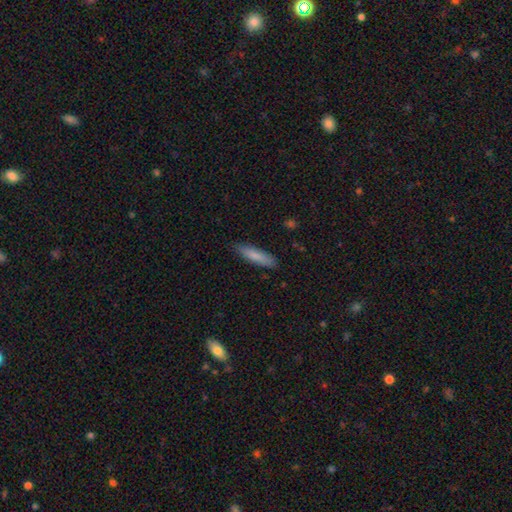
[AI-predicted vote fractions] smooth 82%, featured or disk 12%, star or artifact 6%. Down the decision tree: how rounded — cigar-shaped (78%); merging — none (87%).